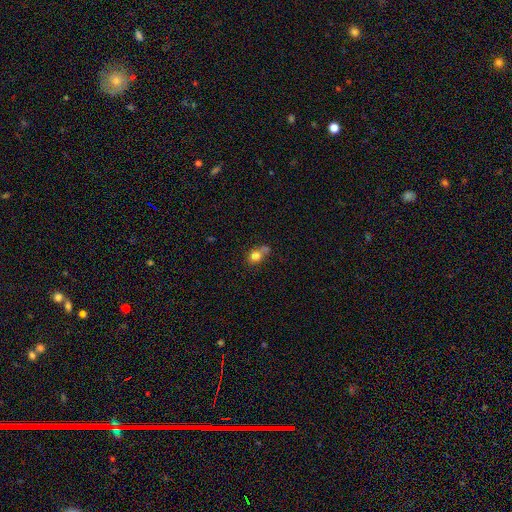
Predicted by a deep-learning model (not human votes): Smooth or featured?
  - smooth: 78% *
  - star or artifact: 11%
  - featured or disk: 11%
How rounded?
  - round: 56% *
  - in between: 42%
  - cigar-shaped: 2%
Merging?
  - none: 39% *
  - merger: 28%
  - minor disturbance: 22%
  - major disturbance: 12%